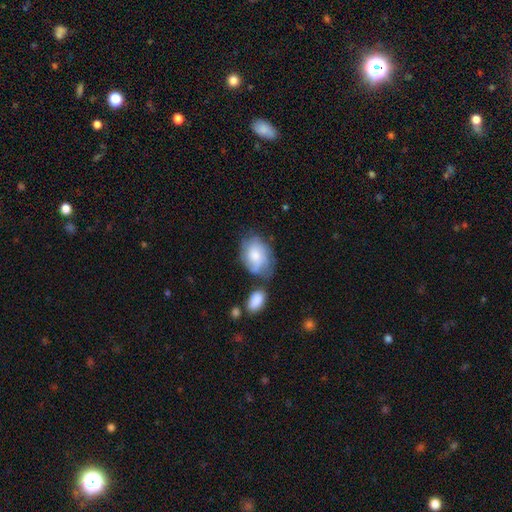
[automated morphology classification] smooth_or_featured: smooth (p=0.54) [alt: featured or disk p=0.39]
how_rounded: in between (p=0.77) [alt: round p=0.22]
merging: none (p=0.50) [alt: minor disturbance p=0.26]